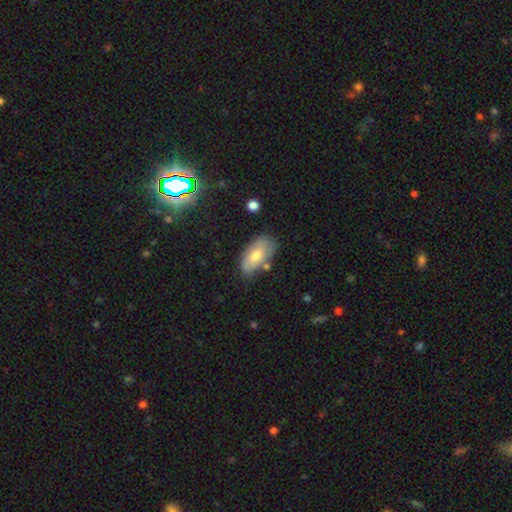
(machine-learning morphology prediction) smooth 66%, featured or disk 26%, star or artifact 9%. Down the decision tree: how rounded — in between (92%); merging — none (69%).